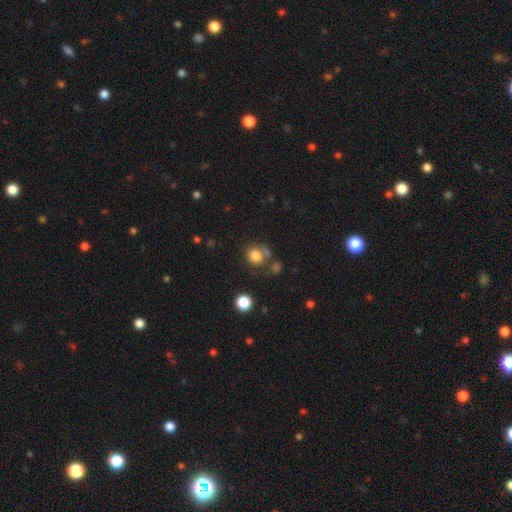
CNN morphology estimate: Smooth or featured?
  - smooth: 80% *
  - star or artifact: 12%
  - featured or disk: 8%
How rounded?
  - round: 83% *
  - in between: 16%
  - cigar-shaped: 1%
Merging?
  - none: 59% *
  - merger: 17%
  - minor disturbance: 15%
  - major disturbance: 9%